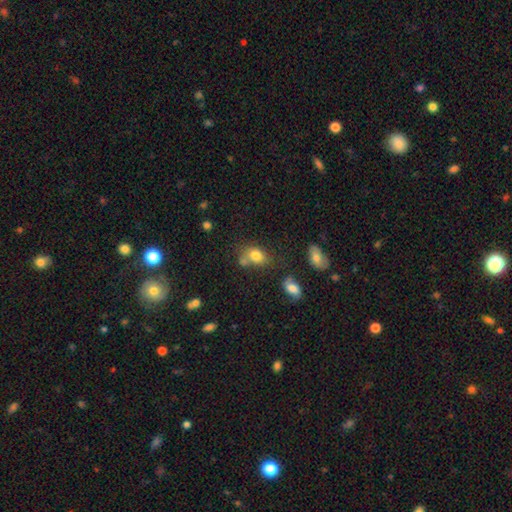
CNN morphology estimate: smooth_or_featured: smooth (p=0.78) [alt: star or artifact p=0.11]
how_rounded: in between (p=0.67) [alt: round p=0.31]
merging: none (p=0.49) [alt: merger p=0.23]